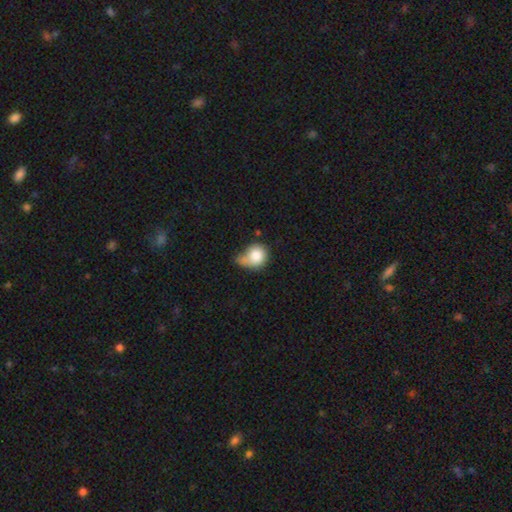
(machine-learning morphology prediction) Smooth or featured?
  - smooth: 81% *
  - featured or disk: 11%
  - star or artifact: 8%
How rounded?
  - round: 72% *
  - in between: 27%
  - cigar-shaped: 1%
Merging?
  - minor disturbance: 30% *
  - none: 29%
  - major disturbance: 21%
  - merger: 20%